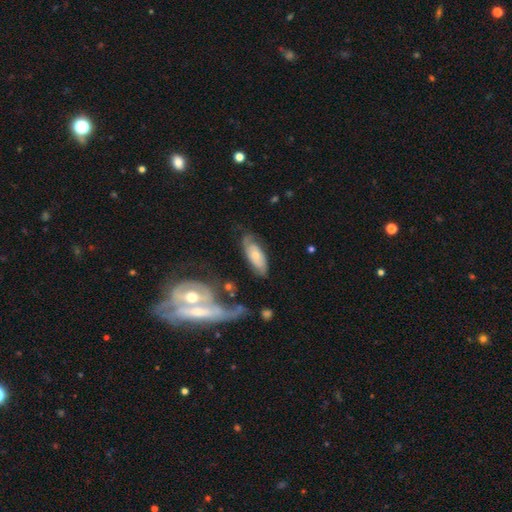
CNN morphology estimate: Smooth or featured: featured or disk — 53% (smooth — 40%)
Edge-on disk: no — 85% (yes — 15%)
Merging: none — 58% (minor disturbance — 23%)